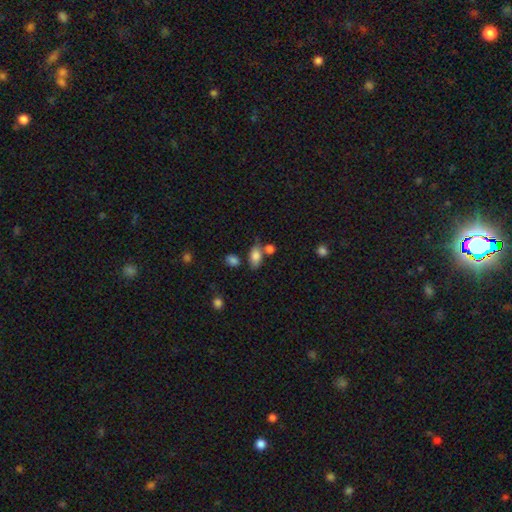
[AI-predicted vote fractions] Smooth or featured: smooth — 82% (star or artifact — 9%)
How rounded: in between — 89% (round — 9%)
Merging: none — 58% (merger — 21%)